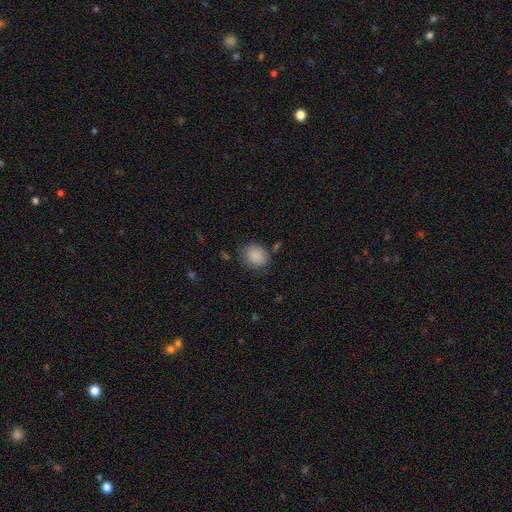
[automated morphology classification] Smooth or featured? smooth (87%)
How rounded? round (67%)
Merging? none (77%)